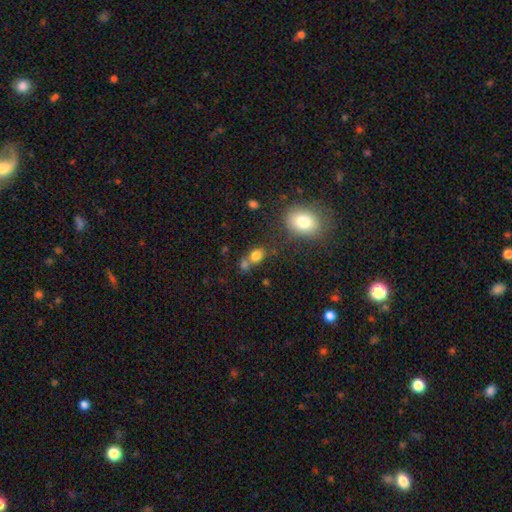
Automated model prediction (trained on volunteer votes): This appears to be a smooth galaxy with no disk features (79%) that is in between round and cigar-shaped (49%, tied with round). Merging: none (51%).